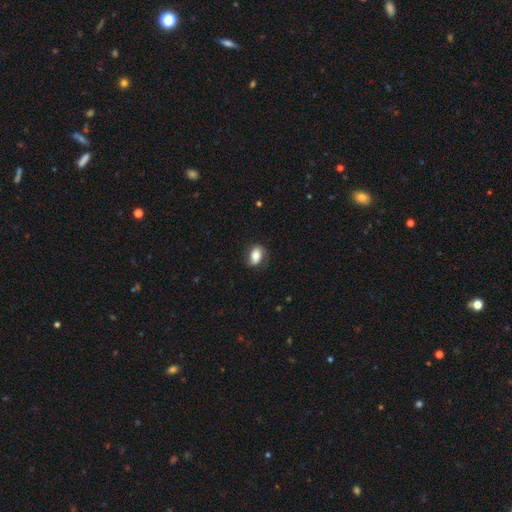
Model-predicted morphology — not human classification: Smooth or featured?
  - smooth: 73% *
  - featured or disk: 20%
  - star or artifact: 7%
How rounded?
  - in between: 86% *
  - round: 11%
  - cigar-shaped: 3%
Merging?
  - none: 72% *
  - minor disturbance: 20%
  - major disturbance: 7%
  - merger: 1%